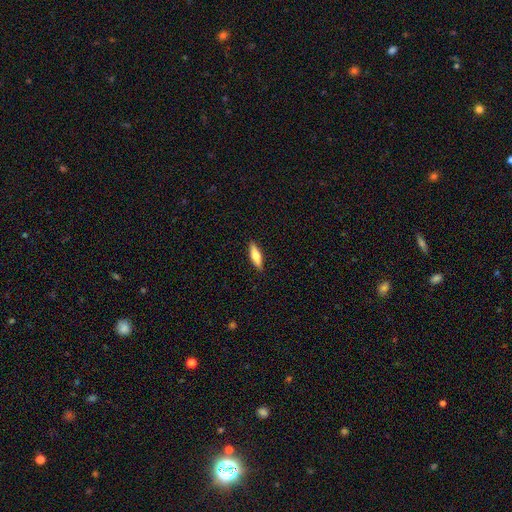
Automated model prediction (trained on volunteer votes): A smooth galaxy with no disk features (67%) that is cigar-shaped (58%). Merging: none (90%).